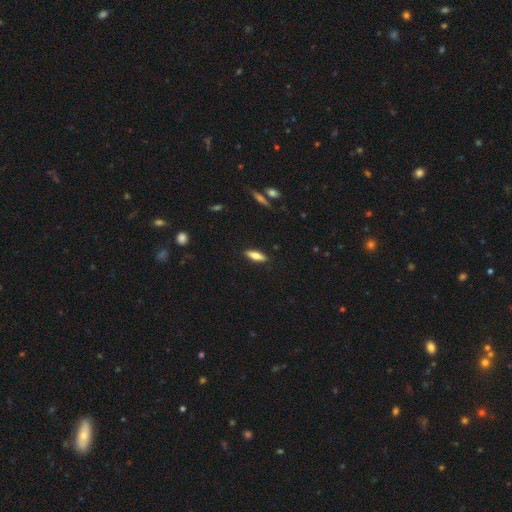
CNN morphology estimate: Smooth or featured?
  - smooth: 70% *
  - featured or disk: 23%
  - star or artifact: 7%
How rounded?
  - in between: 51% *
  - cigar-shaped: 47%
  - round: 2%
Merging?
  - none: 88% *
  - minor disturbance: 9%
  - major disturbance: 2%
  - merger: 1%